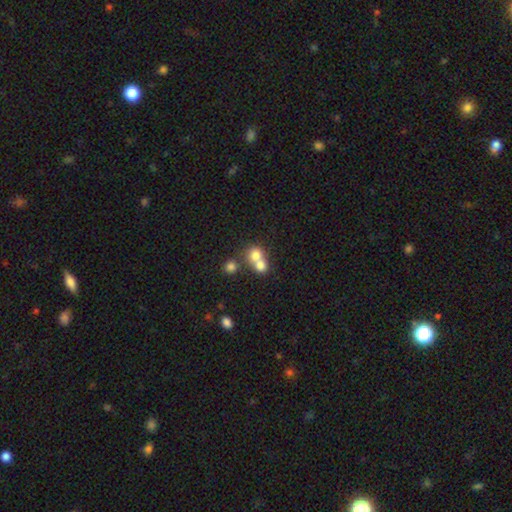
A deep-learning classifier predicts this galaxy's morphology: Smooth or featured: smooth — 74% (featured or disk — 15%)
How rounded: round — 79% (in between — 20%)
Merging: merger — 61% (none — 31%)